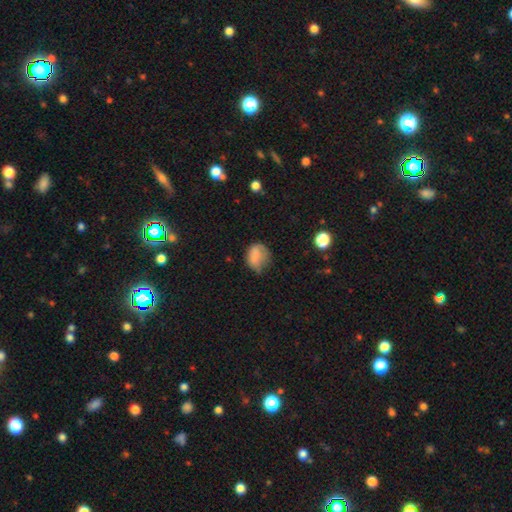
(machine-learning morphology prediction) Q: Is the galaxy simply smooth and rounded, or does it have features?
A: smooth — 76%.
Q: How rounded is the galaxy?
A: in between — 52%.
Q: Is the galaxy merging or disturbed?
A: minor disturbance — 41%.